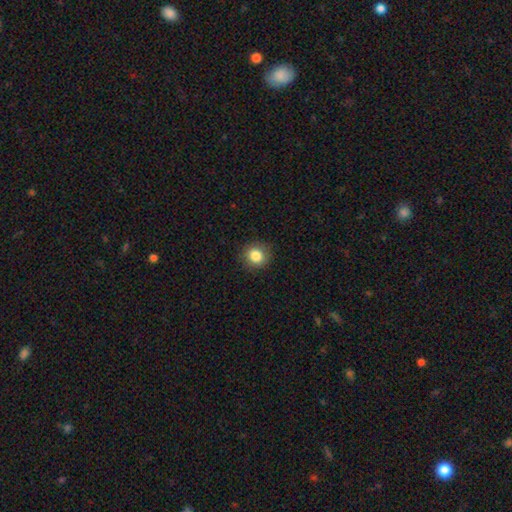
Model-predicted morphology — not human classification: smooth_or_featured: smooth (p=0.84) [alt: star or artifact p=0.10]
how_rounded: round (p=0.87) [alt: in between p=0.12]
merging: none (p=0.90) [alt: minor disturbance p=0.07]